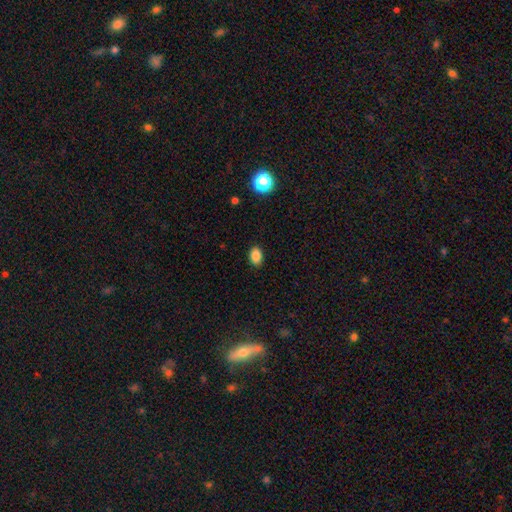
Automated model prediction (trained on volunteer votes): This is clearly a smooth galaxy (86%). How rounded: clearly in between (81%). Merging: clearly none (88%).